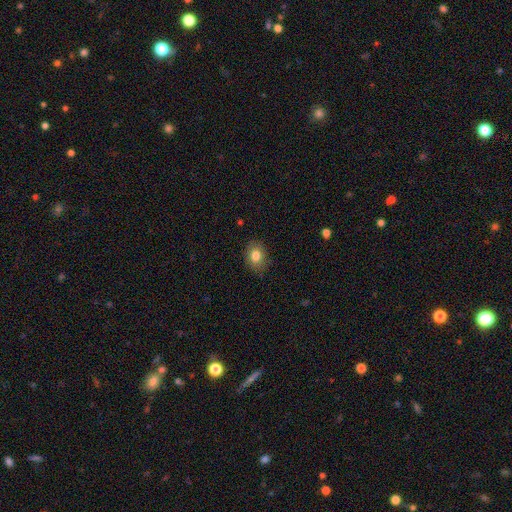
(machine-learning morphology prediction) A smooth galaxy with no disk features (82%) that is in between round and cigar-shaped (60%).

Vote fractions:
- Smooth or featured? smooth: 82% / star or artifact: 9% / featured or disk: 9%
- How rounded? in between: 60% / round: 39% / cigar-shaped: 1%
- Merging? none: 86% / minor disturbance: 11% / major disturbance: 3% / merger: 1%